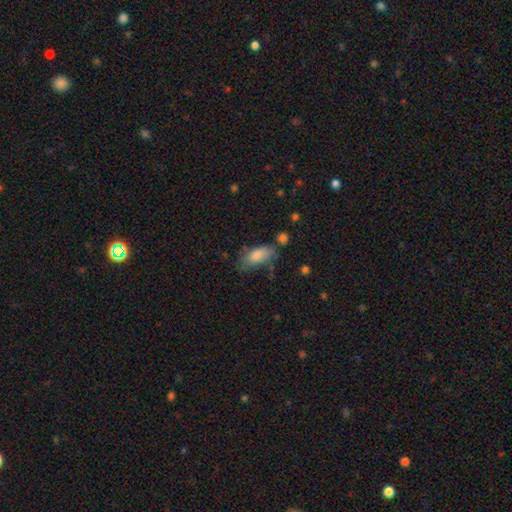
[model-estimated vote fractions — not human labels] This appears to be a smooth galaxy with no disk features (69%) that is in between round and cigar-shaped (82%). Merging: none (54%).